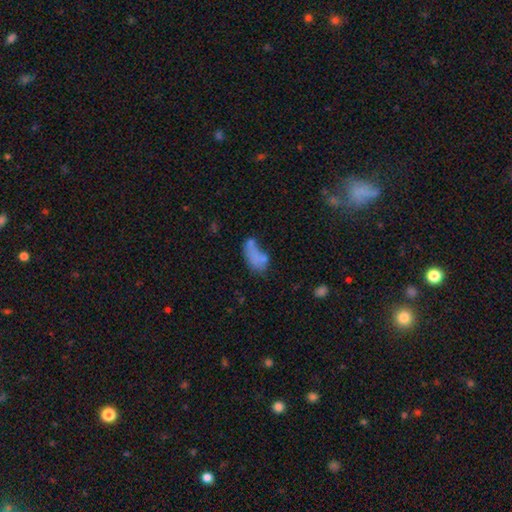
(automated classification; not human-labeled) This is likely a smooth galaxy (66%). How rounded: clearly in between (87%). Merging: marginally none (29%).